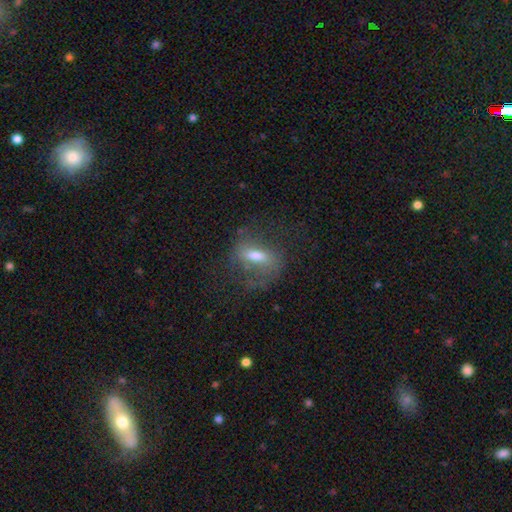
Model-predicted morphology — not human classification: featured or disk 48%, smooth 40%, star or artifact 12%. Down the decision tree: merging — none (52%).